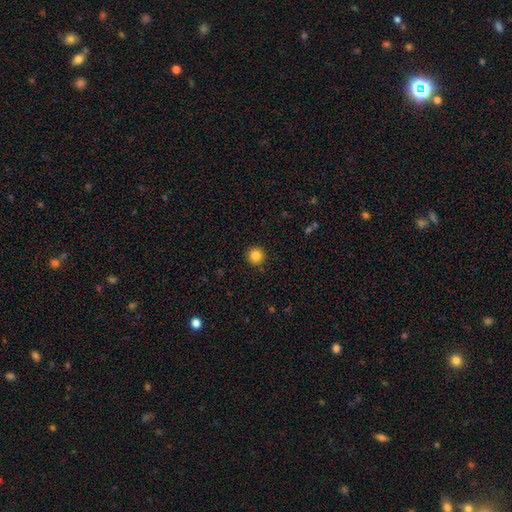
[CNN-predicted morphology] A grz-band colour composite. It shows a smooth galaxy with no disk features (84%) that is round (95%). Merging: none (92%).